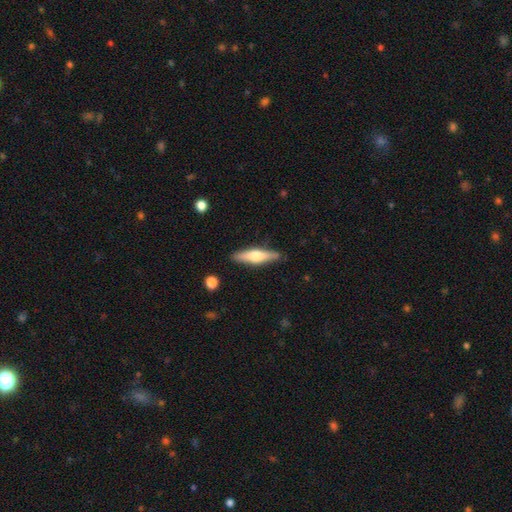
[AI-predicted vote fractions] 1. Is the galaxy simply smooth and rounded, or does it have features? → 52% featured or disk, 42% smooth, 6% star or artifact.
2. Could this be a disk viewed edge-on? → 94% yes, 6% no.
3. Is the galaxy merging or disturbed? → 87% none, 10% minor disturbance, 2% major disturbance, 2% merger.